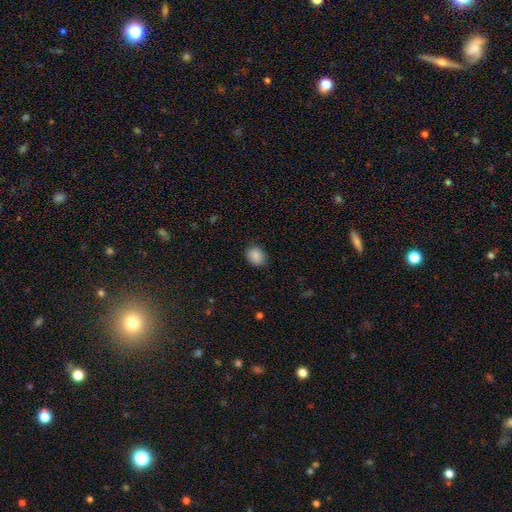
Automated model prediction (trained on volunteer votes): Smooth or featured: smooth — 88% (star or artifact — 8%)
How rounded: in between — 50% (round — 49%)
Merging: none — 85% (minor disturbance — 11%)